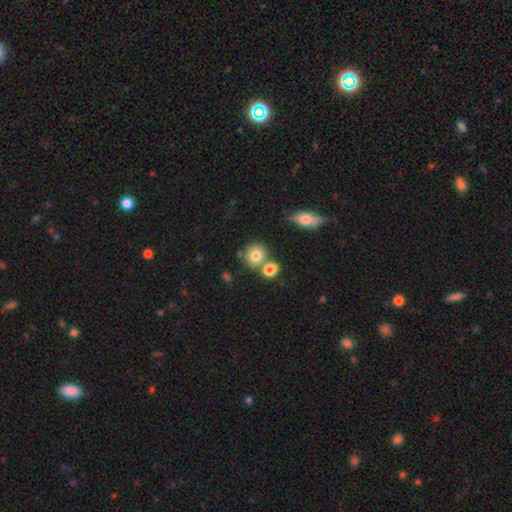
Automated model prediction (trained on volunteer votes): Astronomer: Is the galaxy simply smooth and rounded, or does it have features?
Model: smooth — 79%.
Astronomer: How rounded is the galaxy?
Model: round — 81%.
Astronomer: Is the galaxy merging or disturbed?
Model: none — 59%.